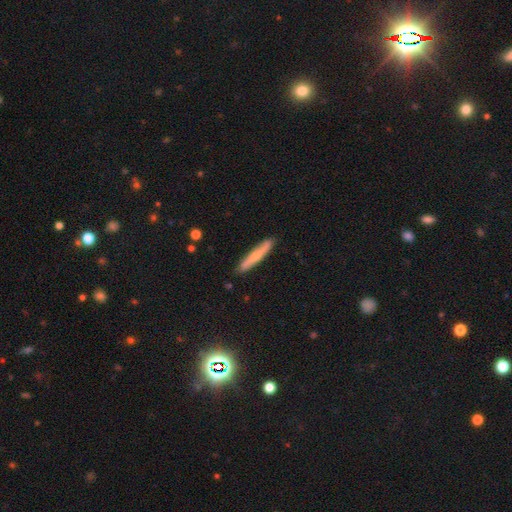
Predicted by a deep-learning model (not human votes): smooth_or_featured: smooth (p=0.56) [alt: featured or disk p=0.39]
how_rounded: cigar-shaped (p=0.93) [alt: in between p=0.06]
merging: none (p=0.87) [alt: minor disturbance p=0.10]